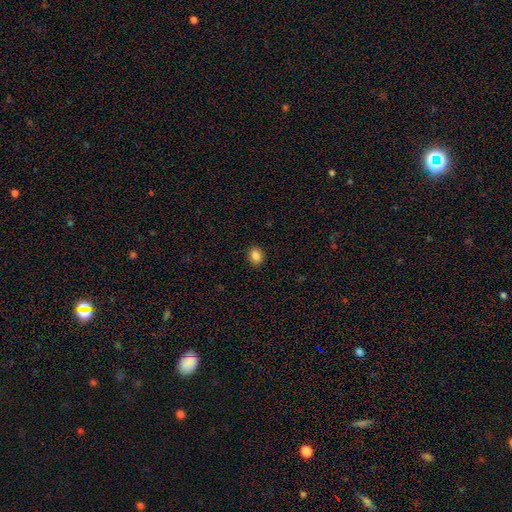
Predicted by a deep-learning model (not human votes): smooth_or_featured: smooth (p=0.85) [alt: star or artifact p=0.10]
how_rounded: in between (p=0.60) [alt: round p=0.39]
merging: none (p=0.90) [alt: minor disturbance p=0.07]